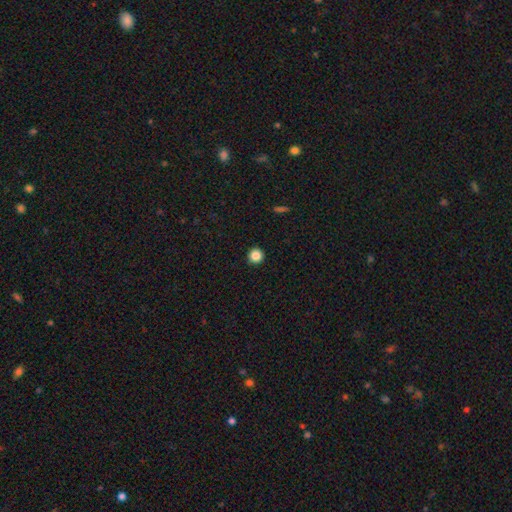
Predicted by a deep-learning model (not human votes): Smooth or featured? smooth (86%)
How rounded? round (96%)
Merging? none (94%)